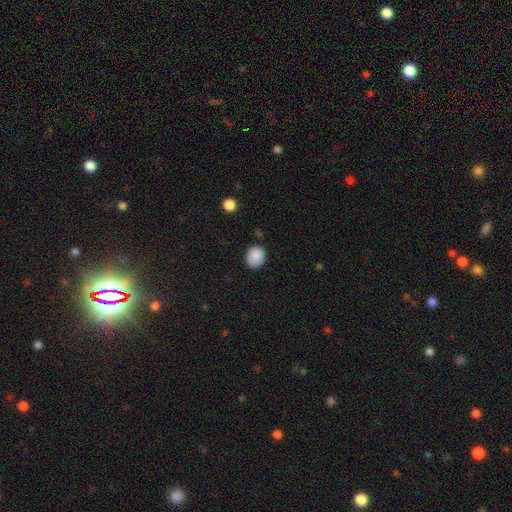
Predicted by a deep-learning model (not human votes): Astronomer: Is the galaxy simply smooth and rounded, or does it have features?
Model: smooth — 88%.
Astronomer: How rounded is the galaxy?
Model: round — 62% (runner-up: in between, 37%).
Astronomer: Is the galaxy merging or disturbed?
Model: none — 78%.